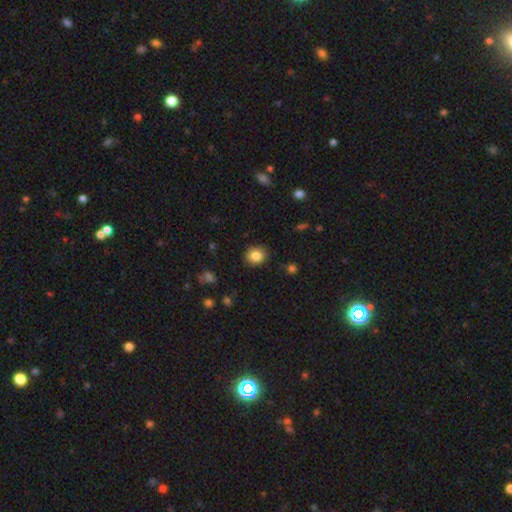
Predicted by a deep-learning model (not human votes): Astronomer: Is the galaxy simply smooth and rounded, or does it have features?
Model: smooth — 84%.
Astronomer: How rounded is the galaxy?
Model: round — 81%.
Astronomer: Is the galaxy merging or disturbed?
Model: none — 88%.